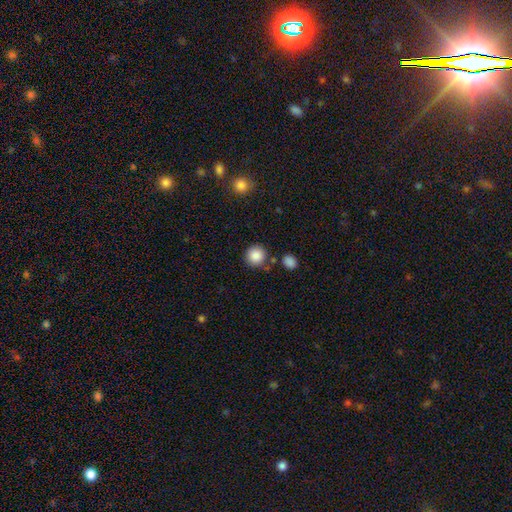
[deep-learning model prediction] smooth_or_featured: smooth (p=0.87) [alt: star or artifact p=0.09]
how_rounded: round (p=0.93) [alt: in between p=0.06]
merging: none (p=0.83) [alt: minor disturbance p=0.09]